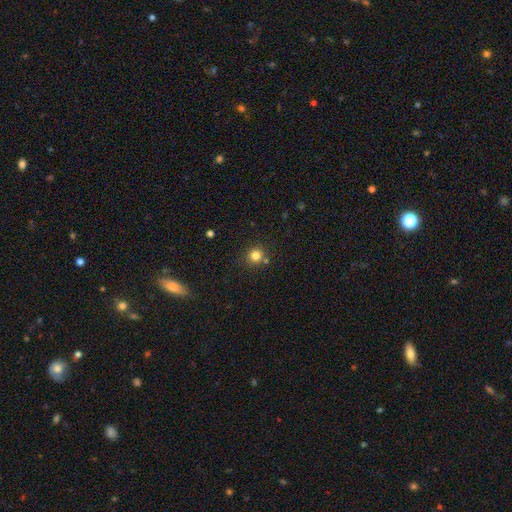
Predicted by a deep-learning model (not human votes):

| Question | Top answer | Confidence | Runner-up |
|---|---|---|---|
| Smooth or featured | smooth | 81% | star or artifact (14%) |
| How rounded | round | 92% | in between (7%) |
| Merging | none | 82% | minor disturbance (8%) |